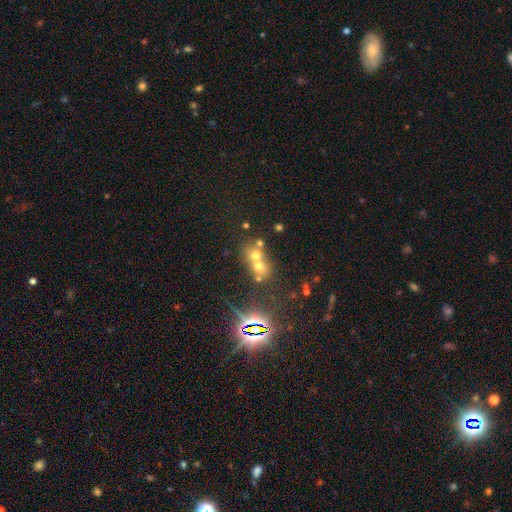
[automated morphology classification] Smooth or featured?
  - smooth: 54% *
  - star or artifact: 25%
  - featured or disk: 21%
How rounded?
  - round: 71% *
  - in between: 27%
  - cigar-shaped: 2%
Merging?
  - merger: 61% *
  - none: 29%
  - minor disturbance: 6%
  - major disturbance: 4%